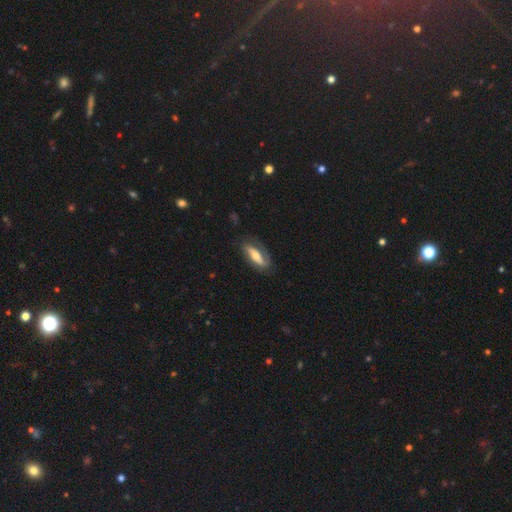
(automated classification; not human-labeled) Smooth or featured: featured or disk — 61% (smooth — 34%)
Edge-on disk: no — 80% (yes — 20%)
Merging: none — 67% (minor disturbance — 21%)